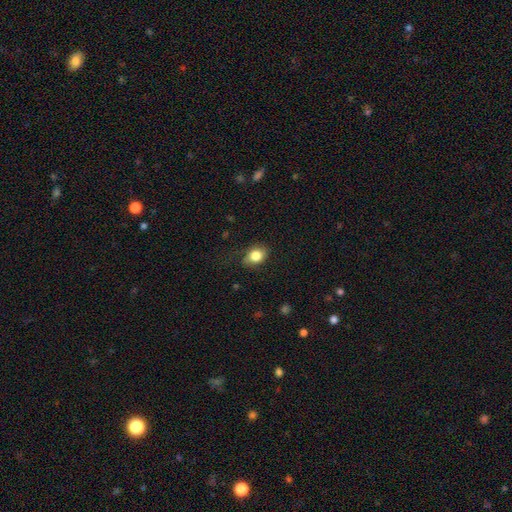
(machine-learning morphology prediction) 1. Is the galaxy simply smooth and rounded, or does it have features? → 83% smooth, 9% featured or disk, 8% star or artifact.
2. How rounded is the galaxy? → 64% in between, 34% round, 1% cigar-shaped.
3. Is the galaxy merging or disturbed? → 69% none, 23% minor disturbance, 7% major disturbance, 1% merger.